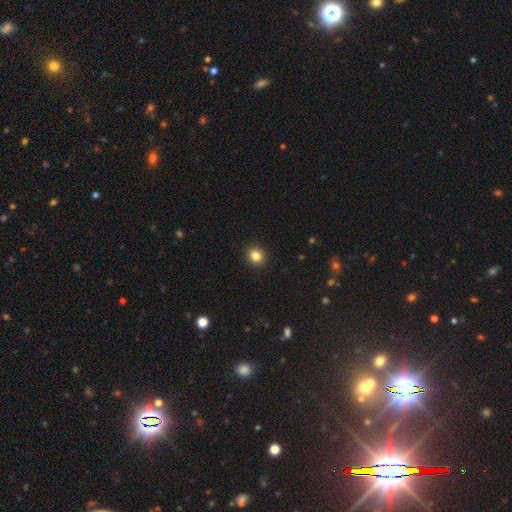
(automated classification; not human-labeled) A smooth galaxy with no disk features (83%) that is round (80%). Merging: none (92%).